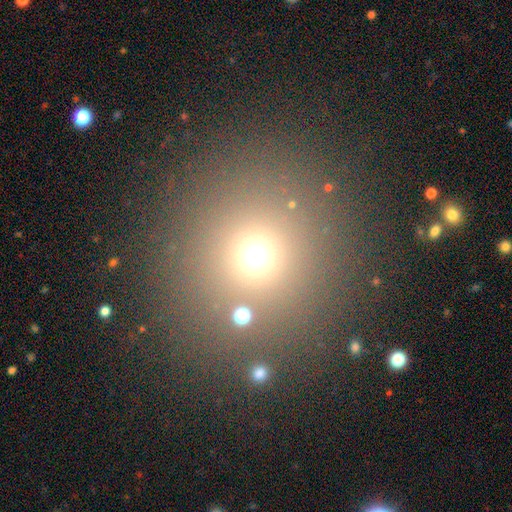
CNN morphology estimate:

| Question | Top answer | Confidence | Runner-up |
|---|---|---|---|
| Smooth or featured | smooth | 63% | star or artifact (29%) |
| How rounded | round | 92% | in between (7%) |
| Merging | none | 84% | minor disturbance (7%) |